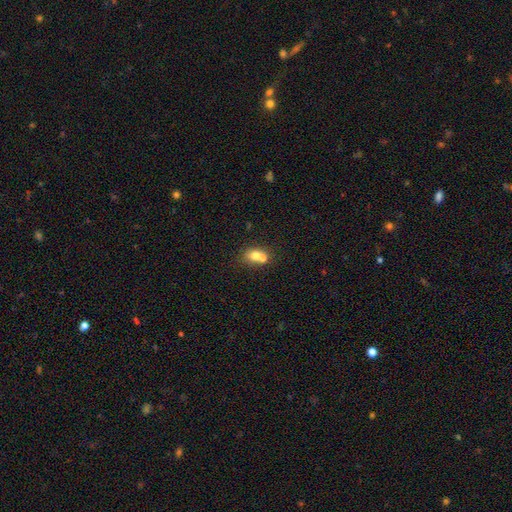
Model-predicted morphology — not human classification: This appears to be a smooth galaxy with no disk features (70%) that is round (52%). Merging: merger (58%).